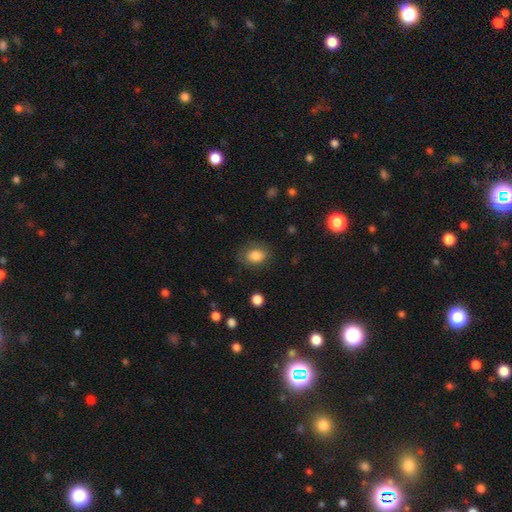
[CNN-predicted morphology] smooth-or-featured: smooth: 82% | featured or disk: 10% | star or artifact: 9%
  how-rounded: in between: 72% | round: 27% | cigar-shaped: 1%
  merging: none: 76% | minor disturbance: 17% | major disturbance: 6% | merger: 1%